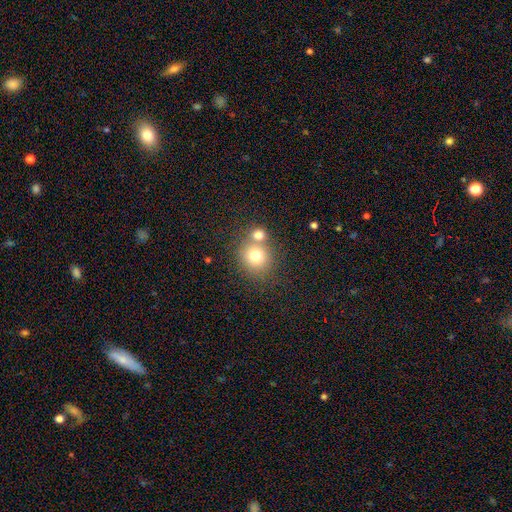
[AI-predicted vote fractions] Smooth or featured? smooth (74%)
How rounded? round (83%)
Merging? none (50%)